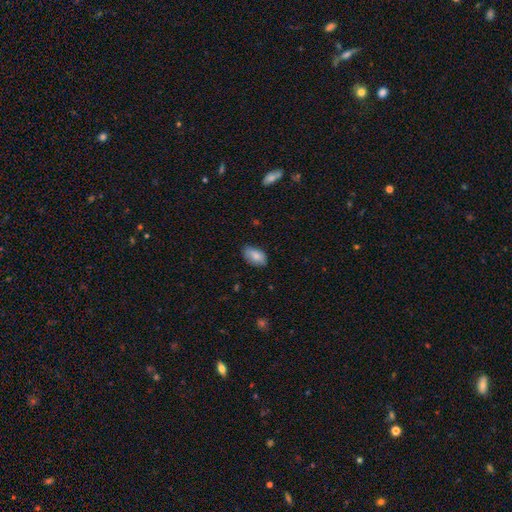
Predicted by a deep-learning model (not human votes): Q: Smooth or featured?
A: smooth (83%); runner-up: featured or disk (10%)
Q: How rounded?
A: in between (93%); runner-up: round (5%)
Q: Merging?
A: none (75%); runner-up: minor disturbance (20%)